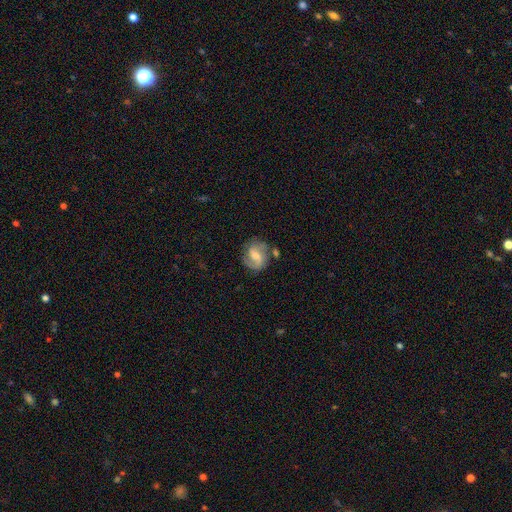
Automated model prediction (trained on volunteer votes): This appears to be a featured or disk galaxy (69%) with a weak bar (51%), 2 (80%) medium (48%) spiral arms (92%) and a moderate central bulge (49%). Merging: none (67%).